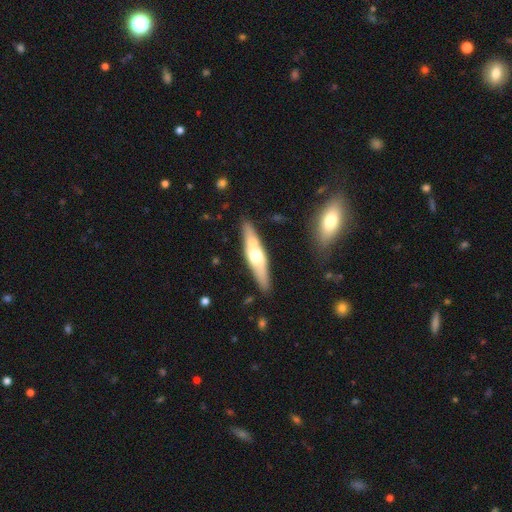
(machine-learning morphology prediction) Smooth or featured? Predicted: featured or disk (p=0.53). Edge-on disk? Predicted: yes (p=0.78). Merging? Predicted: none (p=0.71).